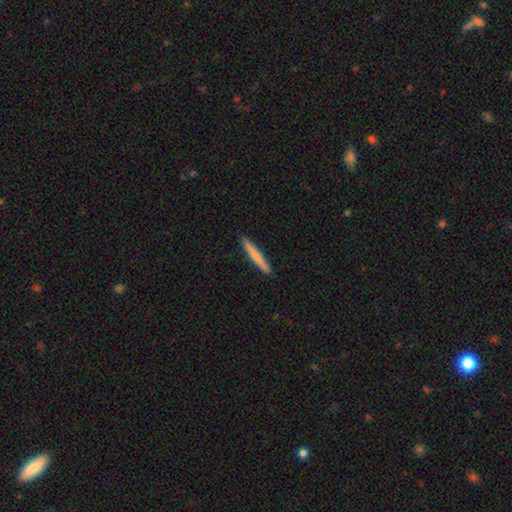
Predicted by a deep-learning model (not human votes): Overall: smooth (73%). How rounded: cigar-shaped (96%). Merging: none (92%).